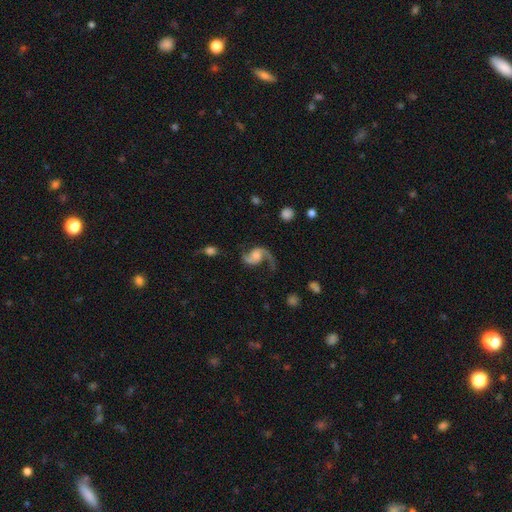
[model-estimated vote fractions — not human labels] Q: Smooth or featured?
A: featured or disk (89%); runner-up: smooth (6%)
Q: Edge-on disk?
A: no (98%); runner-up: yes (2%)
Q: Bar?
A: no (59%); runner-up: weak (33%)
Q: Spiral arms?
A: yes (97%); runner-up: no (3%)
Q: Spiral winding?
A: loose (66%); runner-up: medium (29%)
Q: Spiral arm count?
A: 2 (89%); runner-up: 1 (7%)
Q: Bulge size?
A: moderate (46%); runner-up: small (32%)
Q: Merging?
A: none (68%); runner-up: minor disturbance (16%)